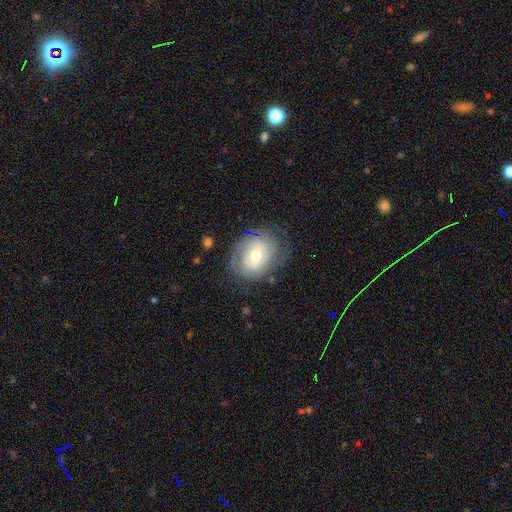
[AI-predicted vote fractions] Smooth or featured: featured or disk — 66% (smooth — 27%)
Edge-on disk: no — 96% (yes — 4%)
Bar: no — 53% (weak — 37%)
Spiral arms: yes — 77% (no — 23%)
Bulge size: moderate — 64% (small — 29%)
Merging: none — 69% (minor disturbance — 19%)